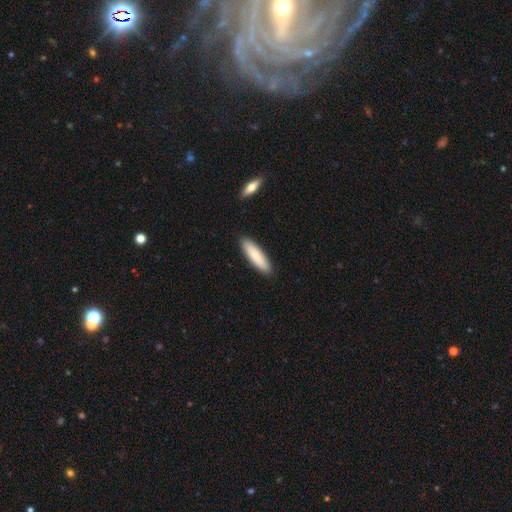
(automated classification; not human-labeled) The model was most divided on "how rounded": cigar-shaped: 65%, in between: 33%, round: 1%. More confident: merging — none (90%); smooth or featured — smooth (85%).